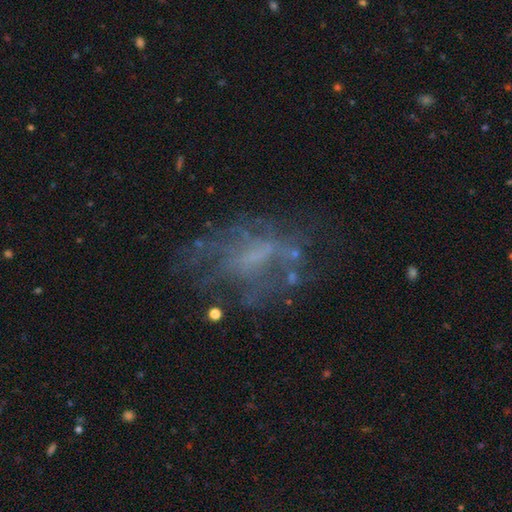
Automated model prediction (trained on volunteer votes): Smooth or featured: featured or disk — 60% (smooth — 22%)
Edge-on disk: no — 95% (yes — 5%)
Bar: no — 65% (weak — 27%)
Spiral arms: no — 70% (yes — 30%)
Bulge size: none — 54% (small — 27%)
Merging: none — 50% (major disturbance — 27%)